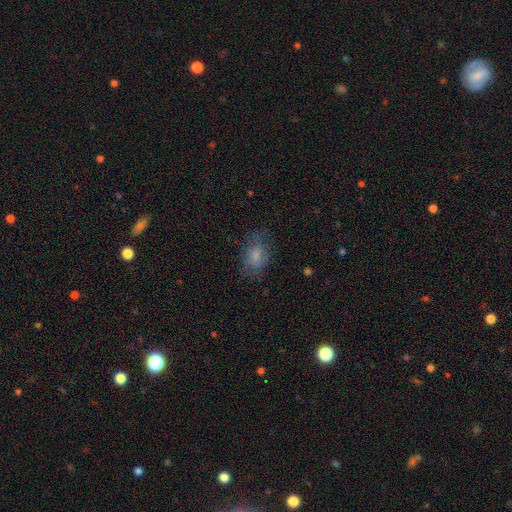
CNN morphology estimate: Smooth or featured? smooth (74%)
How rounded? in between (80%)
Merging? none (65%)